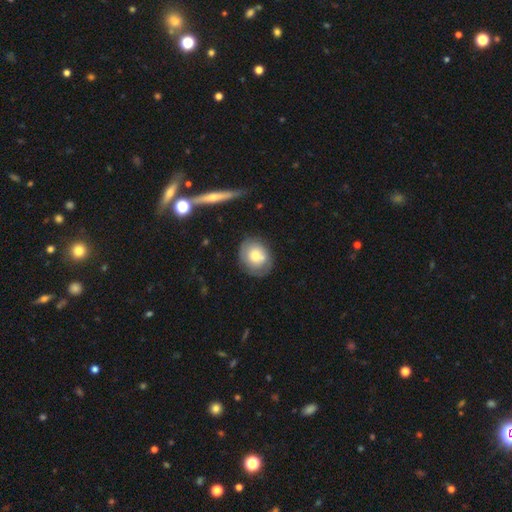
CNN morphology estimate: A smooth galaxy with no disk features (61%) that is round (63%).

Vote fractions:
- Smooth or featured? smooth: 61% / featured or disk: 32% / star or artifact: 7%
- How rounded? round: 63% / in between: 36% / cigar-shaped: 1%
- Merging? none: 68% / minor disturbance: 20% / major disturbance: 6% / merger: 6%